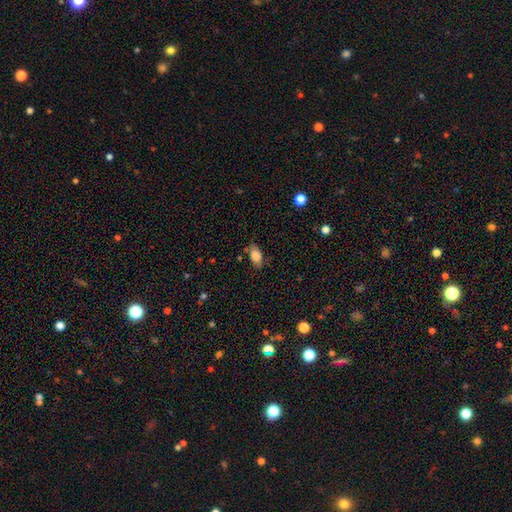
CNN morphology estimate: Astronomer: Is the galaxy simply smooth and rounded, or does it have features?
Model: smooth — 81%.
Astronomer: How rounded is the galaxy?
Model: in between — 90%.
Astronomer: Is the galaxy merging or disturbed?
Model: none — 78%.